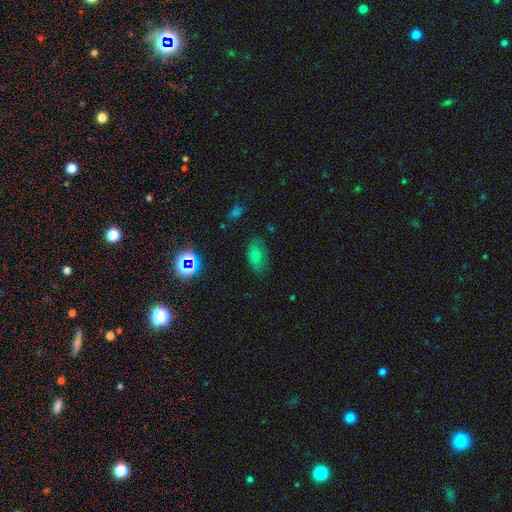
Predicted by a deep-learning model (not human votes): A smooth galaxy with no disk features (62%) that is in between round and cigar-shaped (86%). Merging: none (76%).